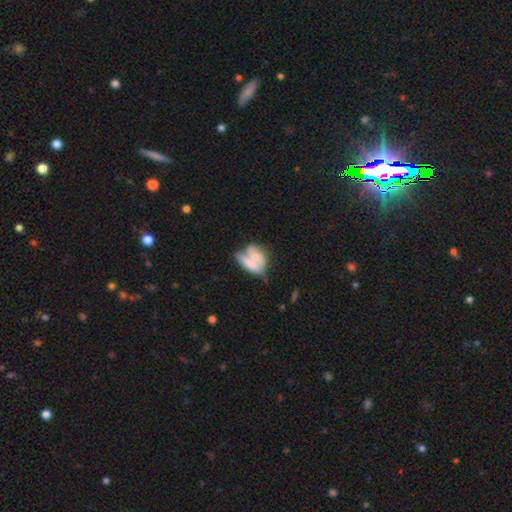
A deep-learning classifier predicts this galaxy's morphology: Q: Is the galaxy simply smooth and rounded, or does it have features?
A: smooth — 56%.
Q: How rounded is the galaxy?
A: in between — 72%.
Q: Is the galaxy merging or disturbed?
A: merger — 60%.